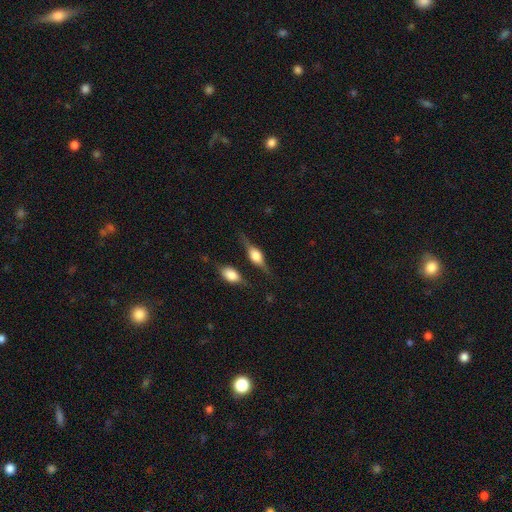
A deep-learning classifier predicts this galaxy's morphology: The model was most divided on "smooth or featured": featured or disk: 69%, smooth: 23%, star or artifact: 7%. More confident: edge-on disk — yes (94%); edge-on bulge — rounded (89%); merging — none (73%).